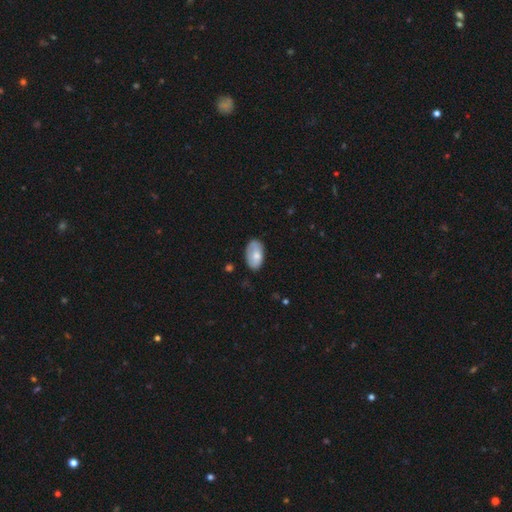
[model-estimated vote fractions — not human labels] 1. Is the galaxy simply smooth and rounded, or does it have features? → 72% smooth, 22% featured or disk, 6% star or artifact.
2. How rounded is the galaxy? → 94% in between, 5% round, 1% cigar-shaped.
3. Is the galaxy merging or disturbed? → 70% none, 24% minor disturbance, 5% major disturbance, 2% merger.